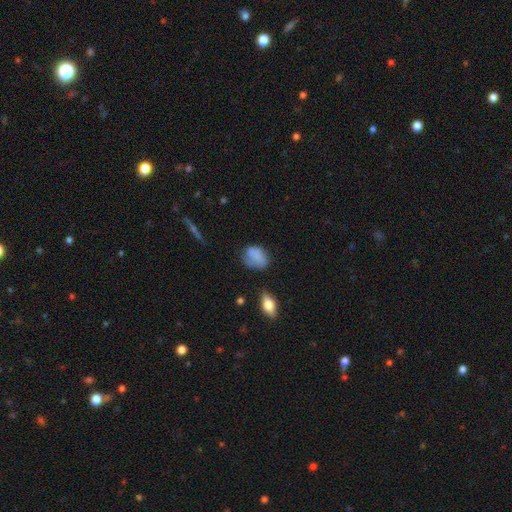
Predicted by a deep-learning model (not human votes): Smooth or featured? smooth (77%)
How rounded? in between (70%)
Merging? none (50%)